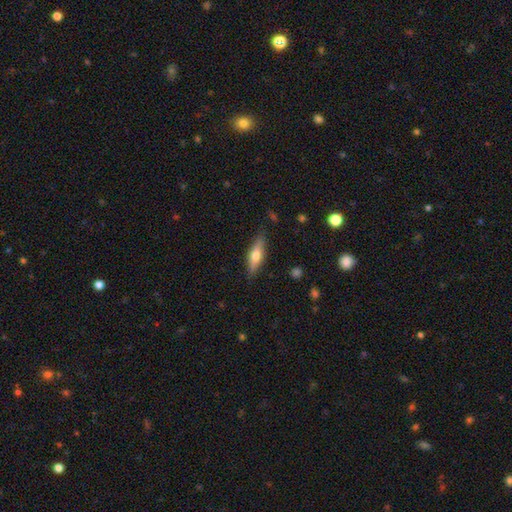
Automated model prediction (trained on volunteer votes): Smooth or featured? Predicted: smooth (p=0.57). How rounded? Predicted: cigar-shaped (p=0.53). Merging? Predicted: none (p=0.83).